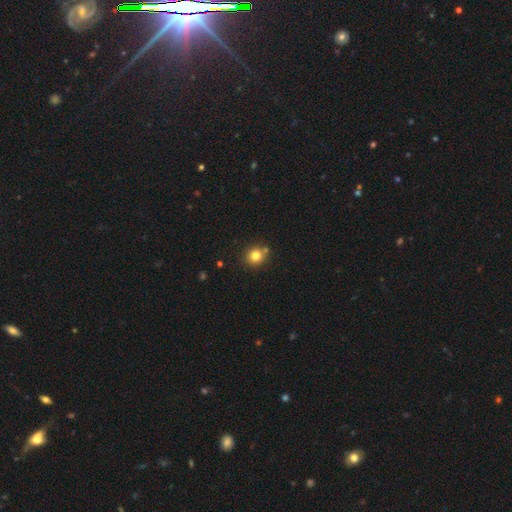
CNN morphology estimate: Smooth or featured? smooth (80%)
How rounded? round (89%)
Merging? none (77%)